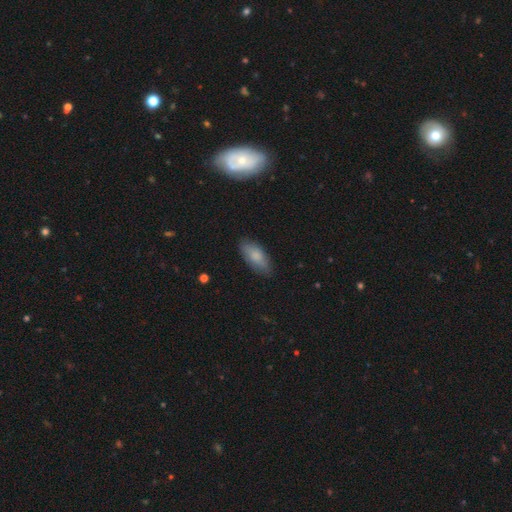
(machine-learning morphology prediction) A smooth galaxy with no disk features (81%) that is in between round and cigar-shaped (87%).

Vote fractions:
- Smooth or featured? smooth: 81% / featured or disk: 13% / star or artifact: 6%
- How rounded? in between: 87% / cigar-shaped: 11% / round: 2%
- Merging? none: 82% / minor disturbance: 14% / major disturbance: 3% / merger: 1%